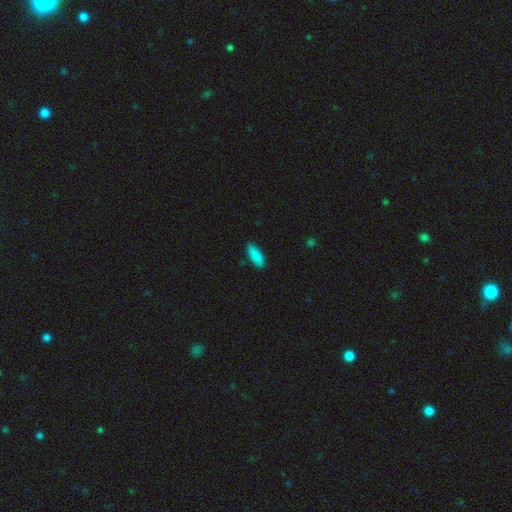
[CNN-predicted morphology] smooth_or_featured: smooth (p=0.89) [alt: star or artifact p=0.06]
how_rounded: in between (p=0.69) [alt: cigar-shaped p=0.29]
merging: none (p=0.87) [alt: minor disturbance p=0.10]